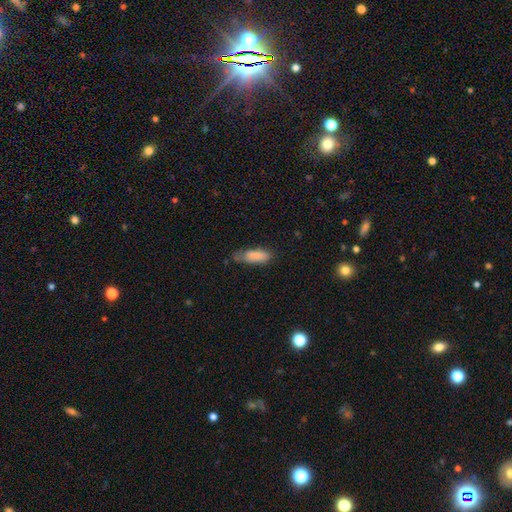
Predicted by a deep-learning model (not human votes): A smooth galaxy with no disk features (84%) that is in between round and cigar-shaped (58%).

Vote fractions:
- Smooth or featured? smooth: 84% / featured or disk: 9% / star or artifact: 7%
- How rounded? in between: 58% / cigar-shaped: 41% / round: 2%
- Merging? none: 53% / minor disturbance: 35% / major disturbance: 10% / merger: 3%